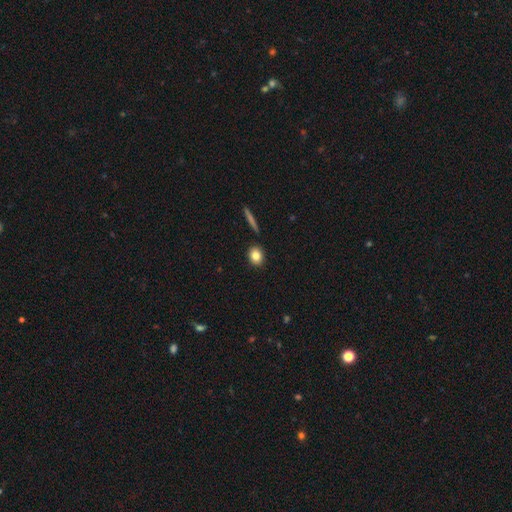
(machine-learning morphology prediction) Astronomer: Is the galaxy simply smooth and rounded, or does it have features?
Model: smooth — 82%.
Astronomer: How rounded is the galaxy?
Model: round — 51% (runner-up: in between, 46%).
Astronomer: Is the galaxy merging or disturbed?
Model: none — 88%.